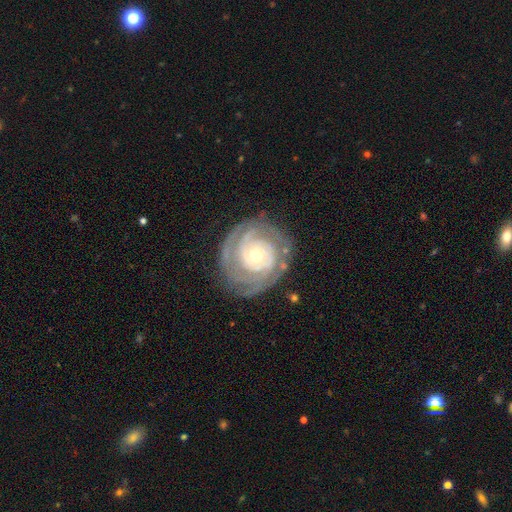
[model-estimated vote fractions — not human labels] This is clearly a featured or disk galaxy (88%). It is clearly not viewed edge-on (97%). Bar: likely no (74%). Spiral arm pattern: clearly yes (96%). Spiral arm count: marginally 2 (28%). Spiral winding: clearly tight (81%). Central bulge: possibly small (57%). Merging: likely none (79%).